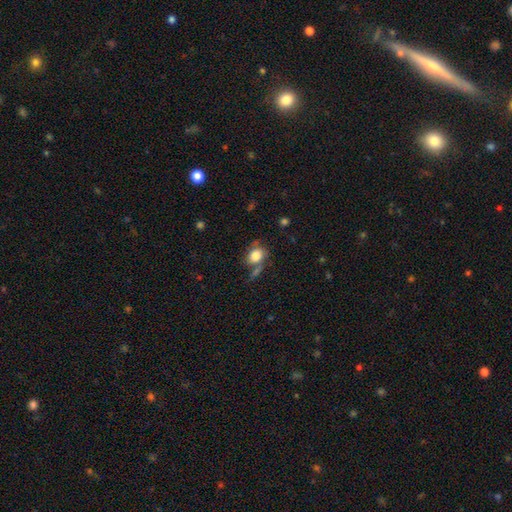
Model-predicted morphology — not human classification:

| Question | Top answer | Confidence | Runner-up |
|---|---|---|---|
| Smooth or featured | smooth | 74% | featured or disk (17%) |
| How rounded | in between | 54% | round (45%) |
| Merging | none | 50% | minor disturbance (22%) |